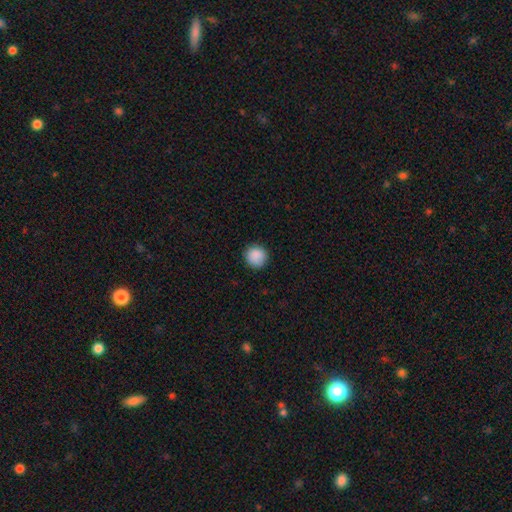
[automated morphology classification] This is clearly a smooth galaxy (89%). How rounded: clearly round (94%). Merging: clearly none (89%).